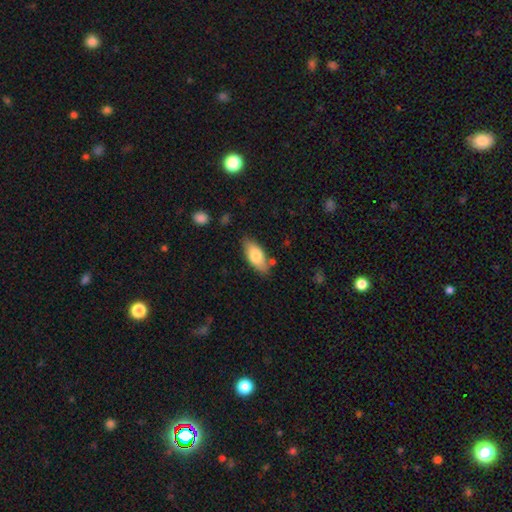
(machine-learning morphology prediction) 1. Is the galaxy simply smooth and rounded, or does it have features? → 76% smooth, 18% featured or disk, 6% star or artifact.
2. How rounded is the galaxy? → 87% in between, 11% cigar-shaped, 2% round.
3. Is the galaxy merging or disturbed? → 76% none, 16% minor disturbance, 4% merger, 3% major disturbance.